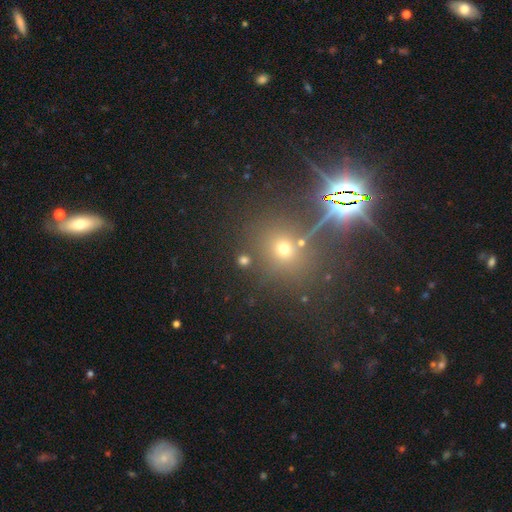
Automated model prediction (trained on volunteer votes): Smooth or featured? Predicted: star or artifact (p=0.56).